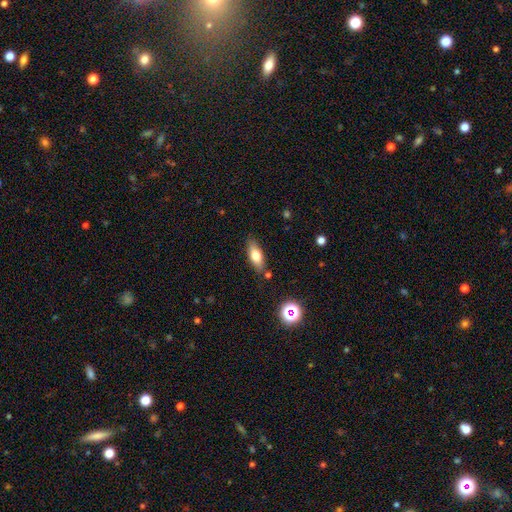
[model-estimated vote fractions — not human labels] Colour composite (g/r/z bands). It shows a smooth galaxy with no disk features (72%) that is in between round and cigar-shaped (74%). Merging: none (80%).